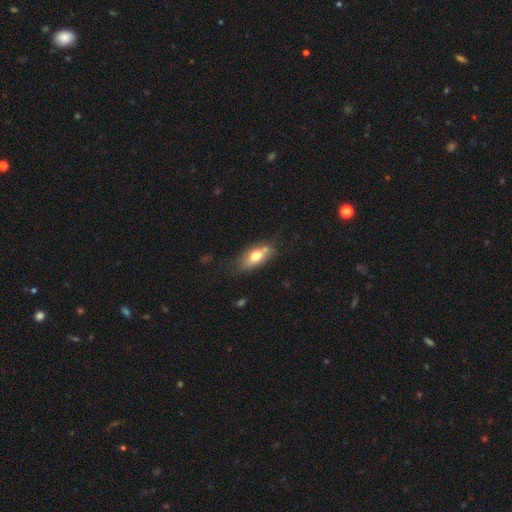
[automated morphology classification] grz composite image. It shows a smooth galaxy with no disk features (68%) that is in between round and cigar-shaped (82%). Merging: none (61%).